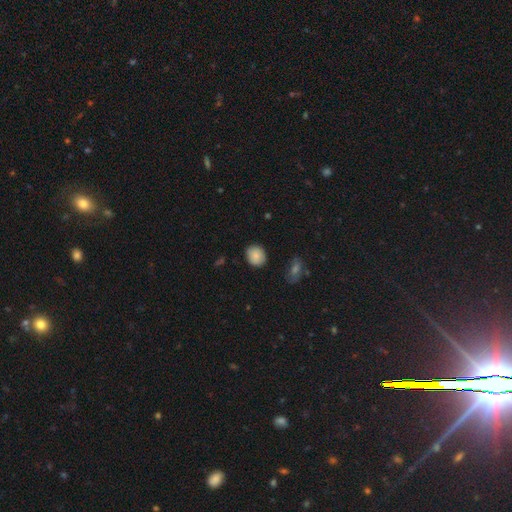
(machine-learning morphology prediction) smooth_or_featured: smooth (p=0.85) [alt: star or artifact p=0.08]
how_rounded: round (p=0.69) [alt: in between p=0.30]
merging: none (p=0.84) [alt: minor disturbance p=0.12]